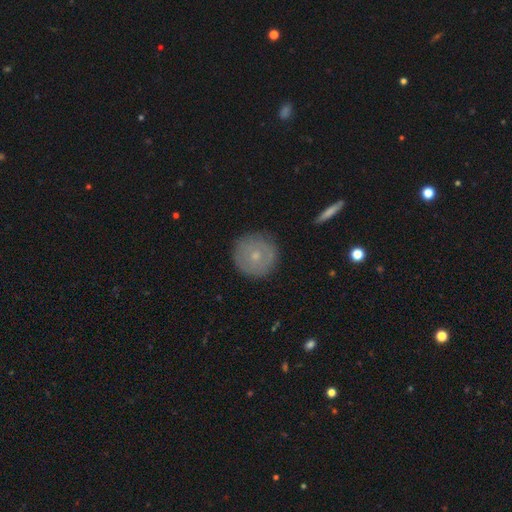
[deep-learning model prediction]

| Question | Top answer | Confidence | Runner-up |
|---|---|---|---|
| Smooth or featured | smooth | 55% | featured or disk (37%) |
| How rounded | round | 94% | in between (5%) |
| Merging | none | 87% | minor disturbance (10%) |